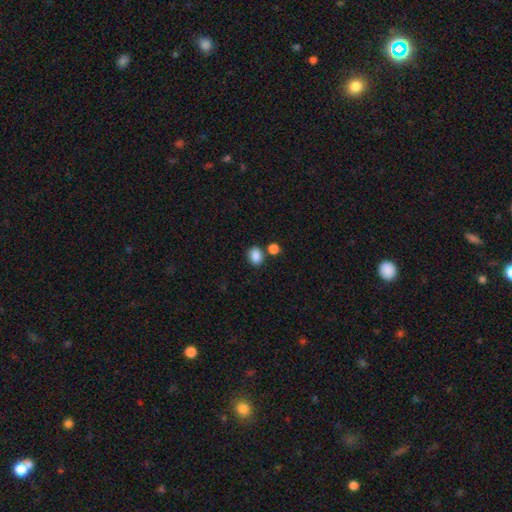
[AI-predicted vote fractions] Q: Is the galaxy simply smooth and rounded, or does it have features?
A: smooth — 87%.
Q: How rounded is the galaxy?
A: in between — 59%.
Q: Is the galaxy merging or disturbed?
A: none — 72%.